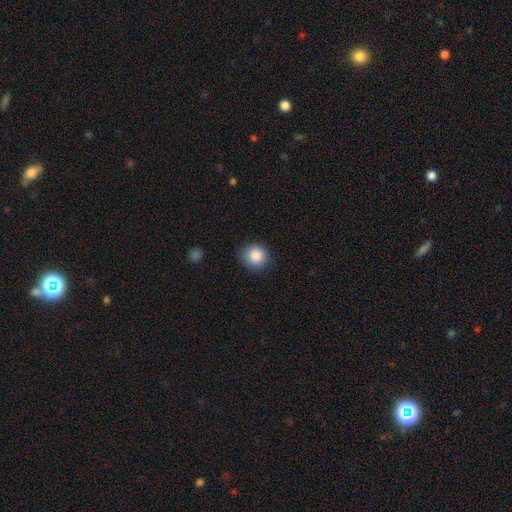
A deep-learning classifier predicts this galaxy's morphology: Q: Smooth or featured?
A: smooth (87%); runner-up: star or artifact (9%)
Q: How rounded?
A: round (89%); runner-up: in between (10%)
Q: Merging?
A: none (86%); runner-up: minor disturbance (10%)